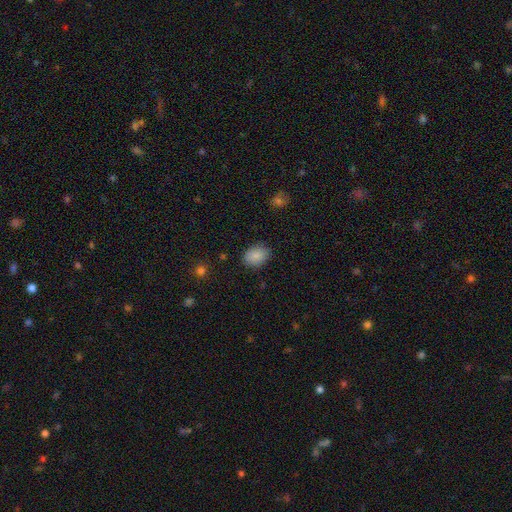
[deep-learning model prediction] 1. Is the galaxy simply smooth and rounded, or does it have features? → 87% smooth, 8% star or artifact, 5% featured or disk.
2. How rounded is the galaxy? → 72% in between, 27% round, 1% cigar-shaped.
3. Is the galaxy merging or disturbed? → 83% none, 13% minor disturbance, 3% major disturbance, 1% merger.